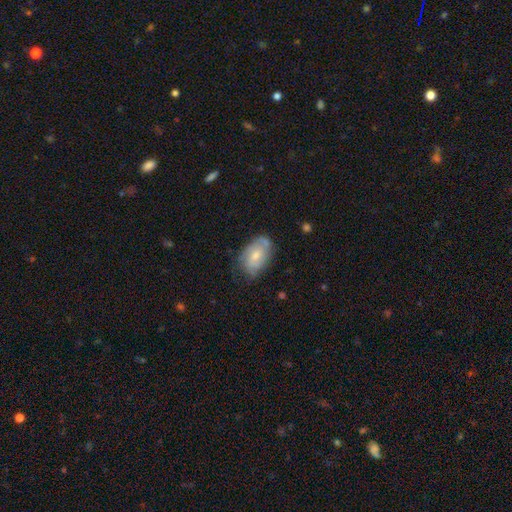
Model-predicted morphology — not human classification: Q: Smooth or featured?
A: smooth (52%); runner-up: featured or disk (41%)
Q: How rounded?
A: in between (90%); runner-up: round (8%)
Q: Merging?
A: none (61%); runner-up: minor disturbance (28%)